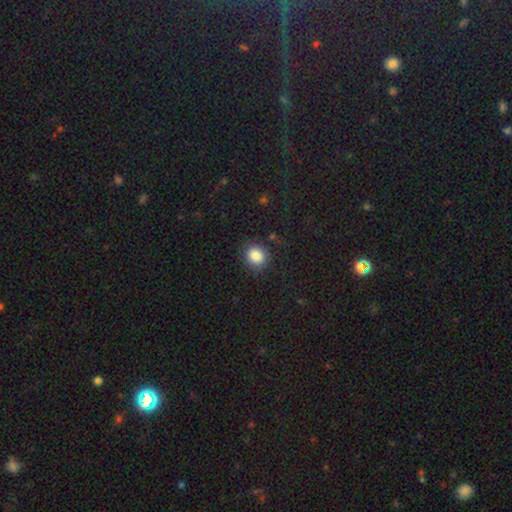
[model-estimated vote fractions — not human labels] The model was most divided on "how rounded": round: 77%, in between: 22%, cigar-shaped: 1%. More confident: smooth or featured — smooth (86%); merging — none (83%).